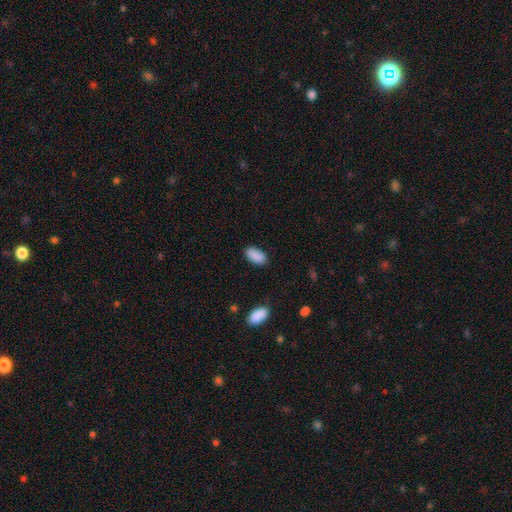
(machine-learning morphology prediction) This is clearly a smooth galaxy (89%). How rounded: clearly in between (92%). Merging: clearly none (82%).